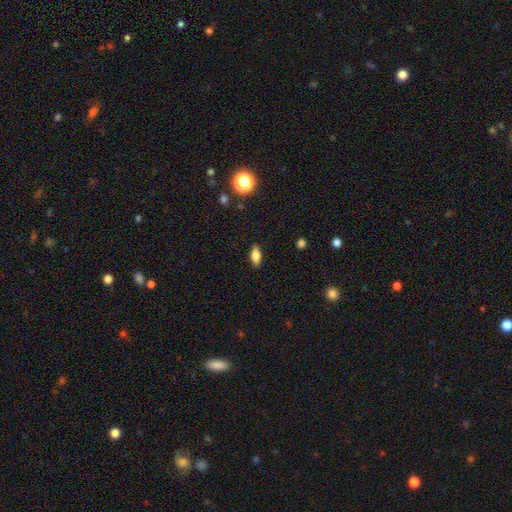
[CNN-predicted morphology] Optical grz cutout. It shows a smooth galaxy with no disk features (76%) that is in between round and cigar-shaped (78%). Merging: none (88%).